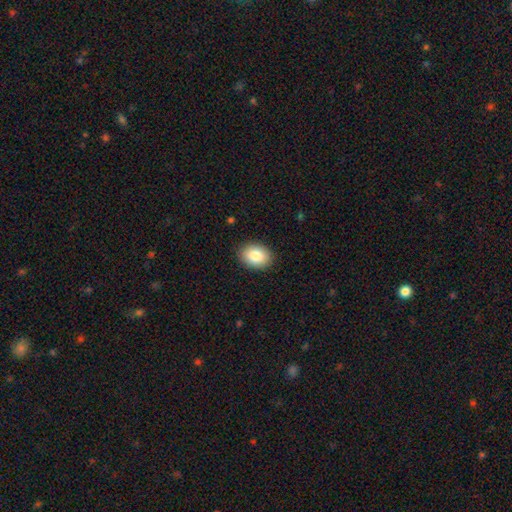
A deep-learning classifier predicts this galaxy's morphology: Overall: smooth (85%). How rounded: in between (75%). Merging: none (90%).